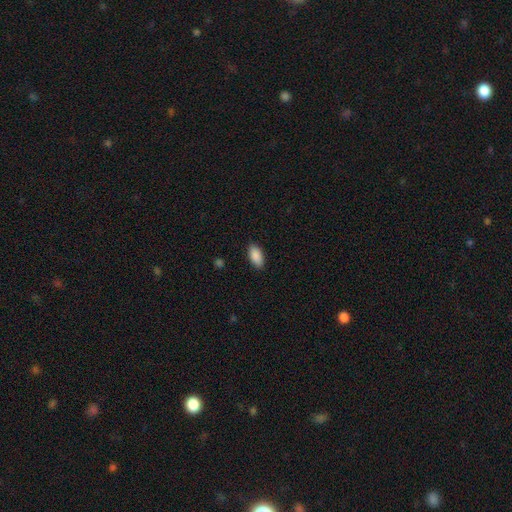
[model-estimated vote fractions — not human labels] smooth-or-featured: smooth: 90% | star or artifact: 6% | featured or disk: 4%
  how-rounded: in between: 92% | cigar-shaped: 5% | round: 2%
  merging: none: 88% | minor disturbance: 9% | major disturbance: 2% | merger: 1%